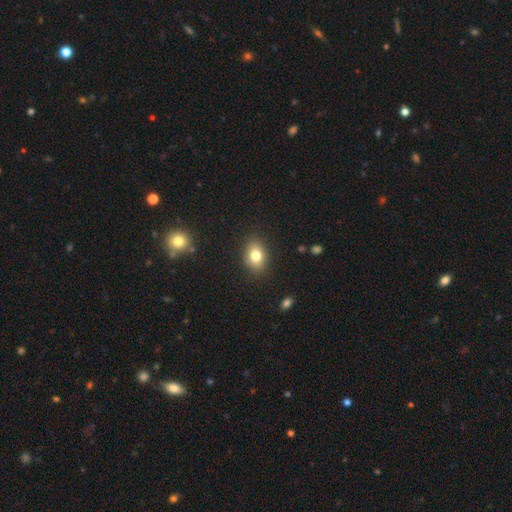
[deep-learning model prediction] The model was most divided on "how rounded": in between: 69%, round: 30%, cigar-shaped: 1%. More confident: merging — none (86%); smooth or featured — smooth (79%).